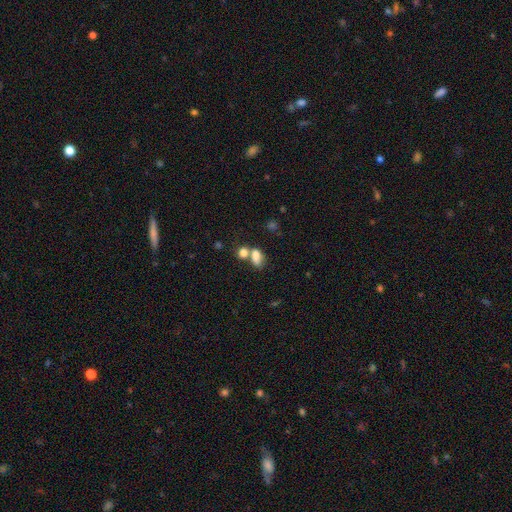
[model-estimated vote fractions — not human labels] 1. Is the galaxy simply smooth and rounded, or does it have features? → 77% smooth, 12% star or artifact, 11% featured or disk.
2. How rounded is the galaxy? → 79% in between, 17% round, 4% cigar-shaped.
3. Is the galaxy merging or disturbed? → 50% merger, 32% none, 11% minor disturbance, 7% major disturbance.